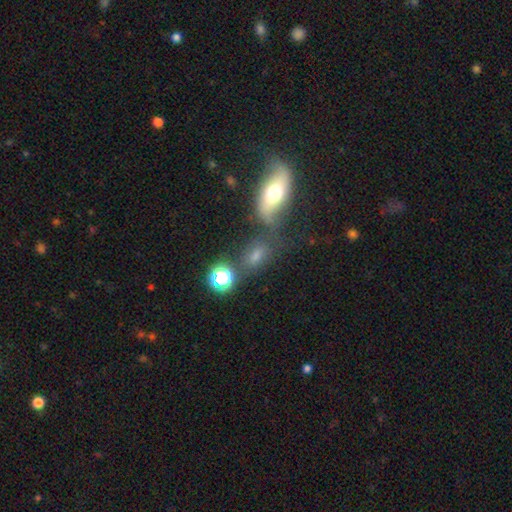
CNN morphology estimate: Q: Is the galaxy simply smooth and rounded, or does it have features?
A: smooth — 49%.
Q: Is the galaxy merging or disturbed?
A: none — 53%.